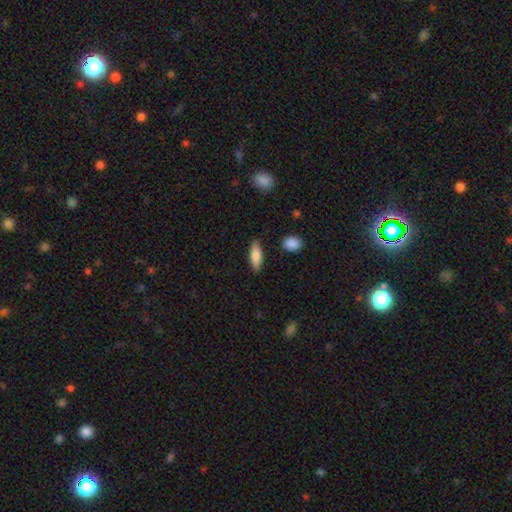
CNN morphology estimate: Smooth or featured?
  - smooth: 78% *
  - featured or disk: 16%
  - star or artifact: 6%
How rounded?
  - in between: 53% *
  - cigar-shaped: 45%
  - round: 2%
Merging?
  - none: 86% *
  - minor disturbance: 9%
  - major disturbance: 2%
  - merger: 2%